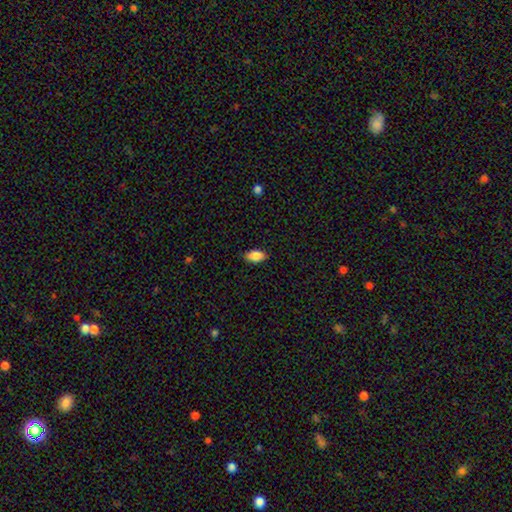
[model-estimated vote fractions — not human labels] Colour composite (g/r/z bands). It shows a smooth galaxy with no disk features (87%) that is in between round and cigar-shaped (92%). Merging: none (86%).